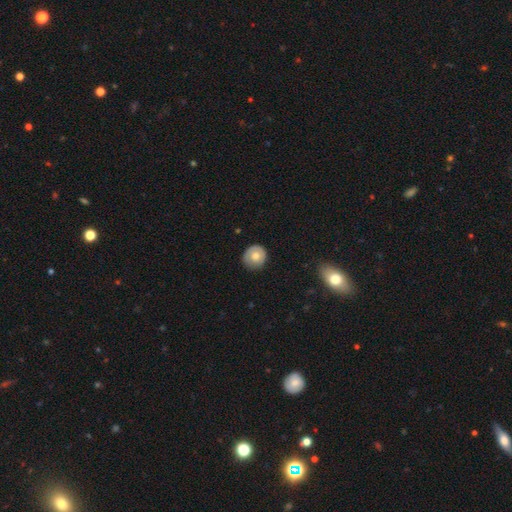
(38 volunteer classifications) This is possibly a smooth galaxy (58%). How rounded: clearly round (82%). Merging: likely none (78%).